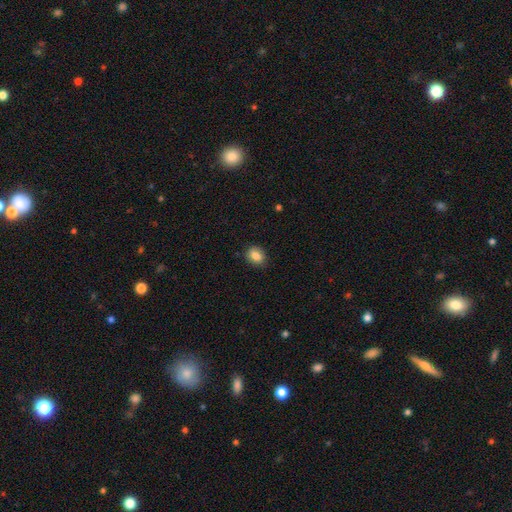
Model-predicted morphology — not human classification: Overall: smooth (86%). How rounded: in between (60%; round 39%). Merging: none (85%).